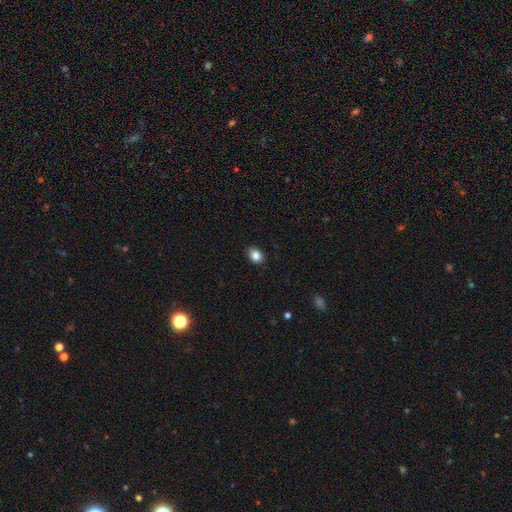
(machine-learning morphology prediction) smooth 86%, star or artifact 9%, featured or disk 5%. Down the decision tree: how rounded — in between (65%); merging — none (88%).